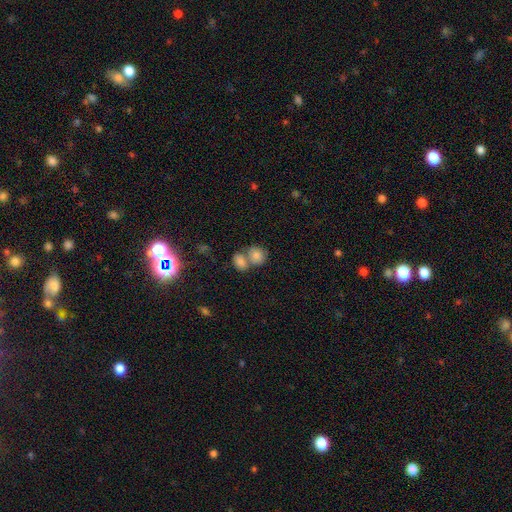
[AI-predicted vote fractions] This appears to be a smooth galaxy with no disk features (74%) that is round (63%). Merging: merger (54%).